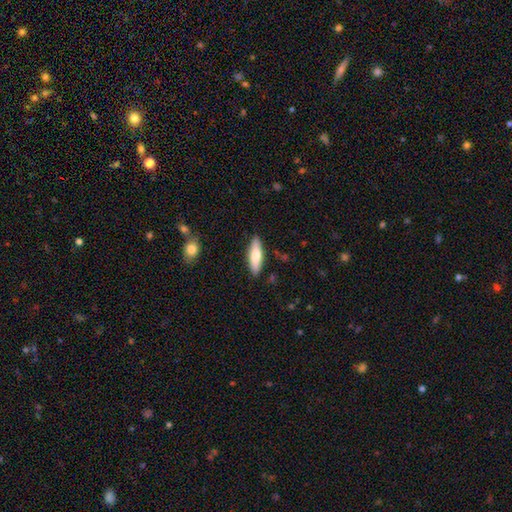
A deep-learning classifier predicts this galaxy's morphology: Overall: smooth (70%). How rounded: in between (50%; cigar-shaped 48%). Merging: none (87%).